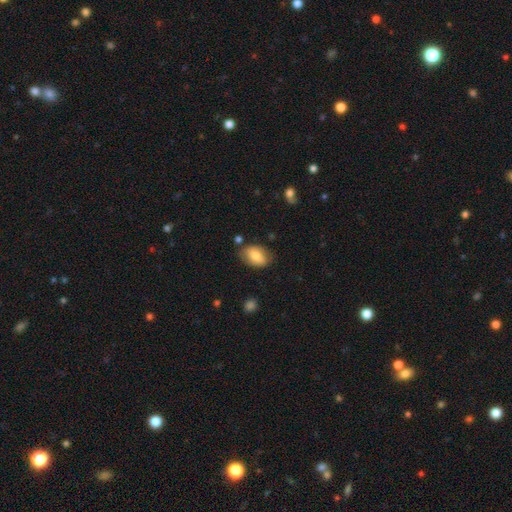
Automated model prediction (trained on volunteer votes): A smooth galaxy with no disk features (72%) that is in between round and cigar-shaped (87%).

Vote fractions:
- Smooth or featured? smooth: 72% / featured or disk: 21% / star or artifact: 7%
- How rounded? in between: 87% / round: 11% / cigar-shaped: 2%
- Merging? none: 76% / minor disturbance: 17% / major disturbance: 4% / merger: 3%